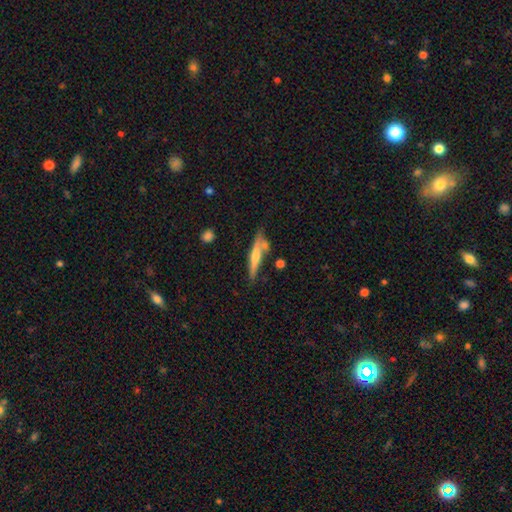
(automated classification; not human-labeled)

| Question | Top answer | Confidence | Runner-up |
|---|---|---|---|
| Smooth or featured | smooth | 50% | featured or disk (44%) |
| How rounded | cigar-shaped | 88% | in between (10%) |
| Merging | none | 59% | minor disturbance (19%) |